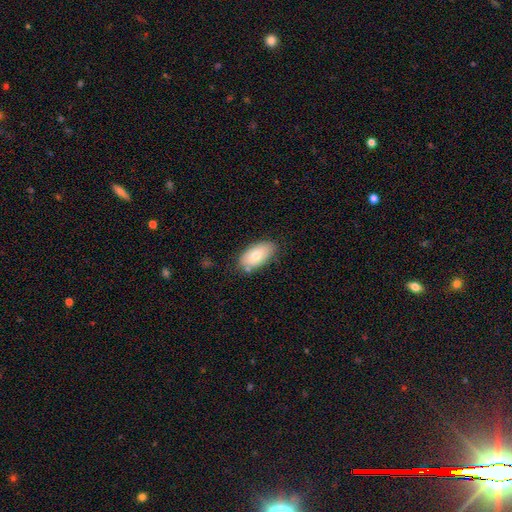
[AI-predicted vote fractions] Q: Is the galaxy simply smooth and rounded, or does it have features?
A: smooth — 76%.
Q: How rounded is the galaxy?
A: in between — 94%.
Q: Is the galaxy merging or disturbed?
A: none — 76%.